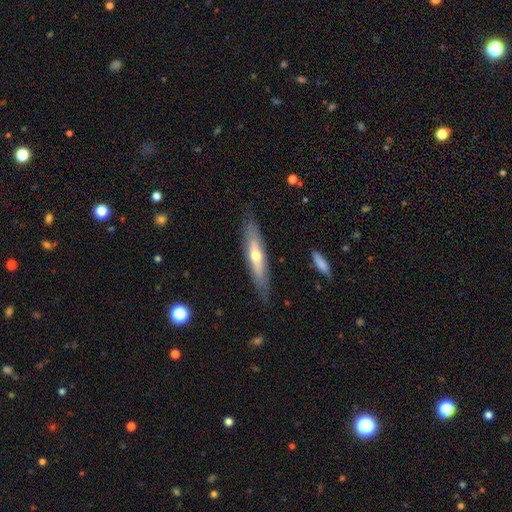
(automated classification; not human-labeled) smooth_or_featured: featured or disk (p=0.49) [alt: smooth p=0.45]
merging: none (p=0.82) [alt: minor disturbance p=0.14]